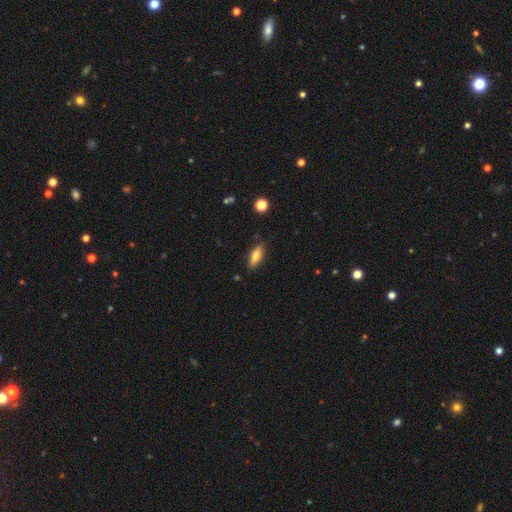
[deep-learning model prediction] This appears to be a smooth galaxy with no disk features (74%) that is in between round and cigar-shaped (57%). Merging: none (84%).